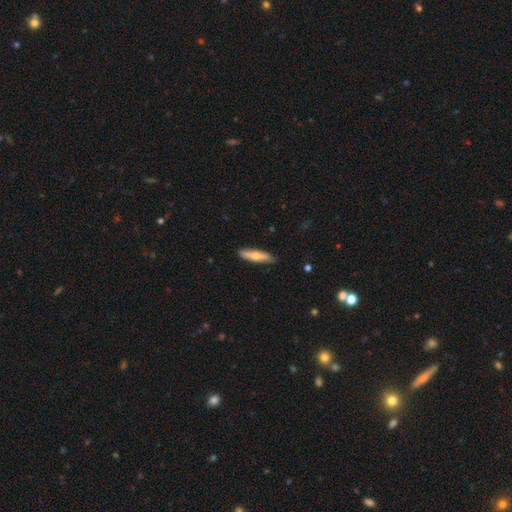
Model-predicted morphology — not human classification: Smooth or featured: smooth — 61% (featured or disk — 34%)
How rounded: cigar-shaped — 81% (in between — 18%)
Merging: none — 87% (minor disturbance — 10%)